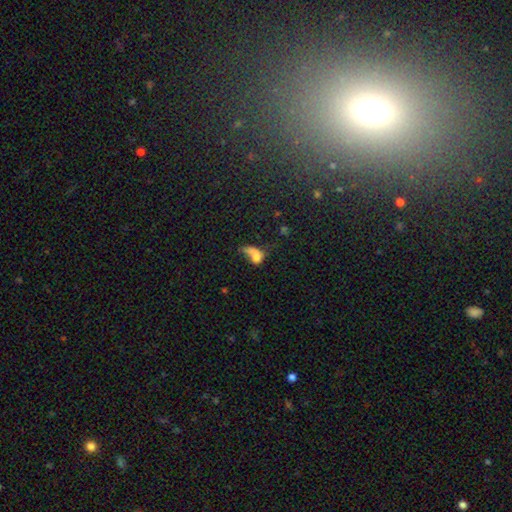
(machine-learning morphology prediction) smooth-or-featured: smooth: 60% | featured or disk: 26% | star or artifact: 14%
  how-rounded: in between: 71% | round: 21% | cigar-shaped: 8%
  merging: major disturbance: 43% | merger: 21% | none: 20% | minor disturbance: 16%